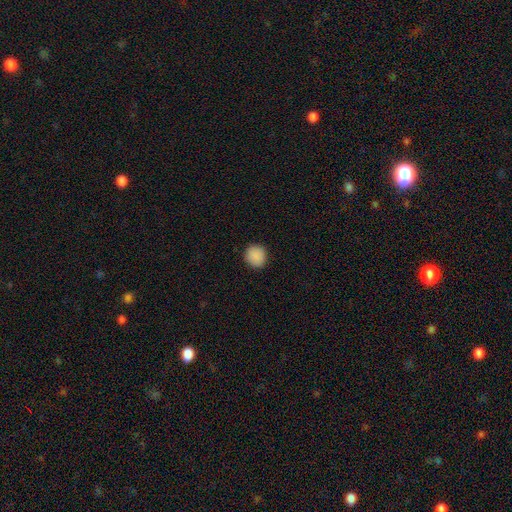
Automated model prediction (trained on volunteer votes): Q: Smooth or featured?
A: smooth (89%); runner-up: star or artifact (8%)
Q: How rounded?
A: round (88%); runner-up: in between (11%)
Q: Merging?
A: none (91%); runner-up: minor disturbance (7%)